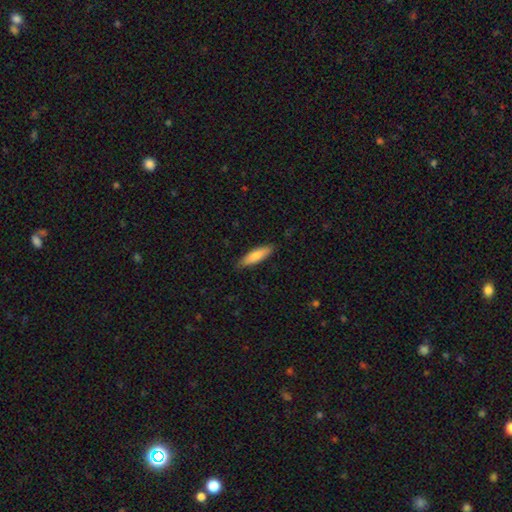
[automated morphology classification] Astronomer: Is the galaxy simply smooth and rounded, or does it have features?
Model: smooth — 78%.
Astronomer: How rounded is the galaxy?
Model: cigar-shaped — 63%.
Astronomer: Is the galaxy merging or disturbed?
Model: none — 86%.